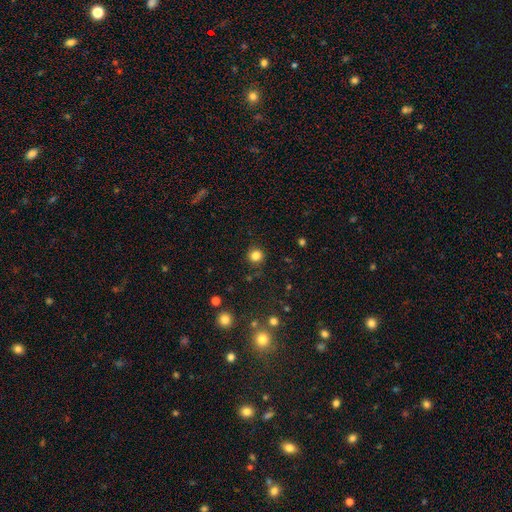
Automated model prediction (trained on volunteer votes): This appears to be a smooth galaxy with no disk features (83%) that is round (92%). Merging: none (89%).